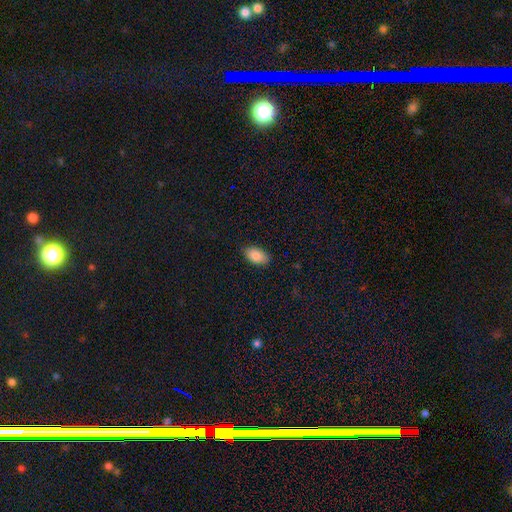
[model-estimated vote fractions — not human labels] Smooth or featured: smooth — 87% (star or artifact — 7%)
How rounded: in between — 93% (round — 5%)
Merging: none — 86% (minor disturbance — 11%)